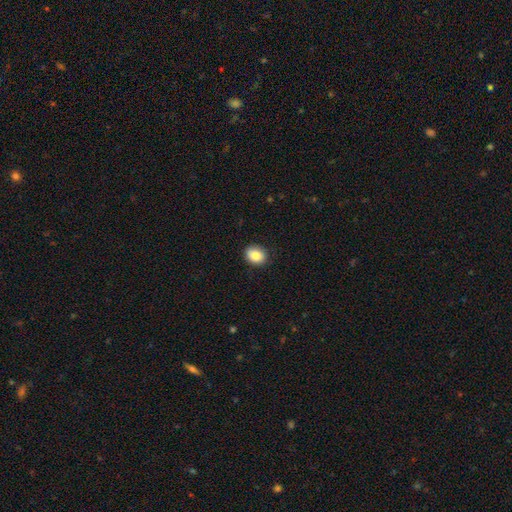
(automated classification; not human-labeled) Smooth or featured?
  - smooth: 85% *
  - star or artifact: 9%
  - featured or disk: 7%
How rounded?
  - round: 58% *
  - in between: 41%
  - cigar-shaped: 1%
Merging?
  - none: 88% *
  - minor disturbance: 9%
  - major disturbance: 2%
  - merger: 1%